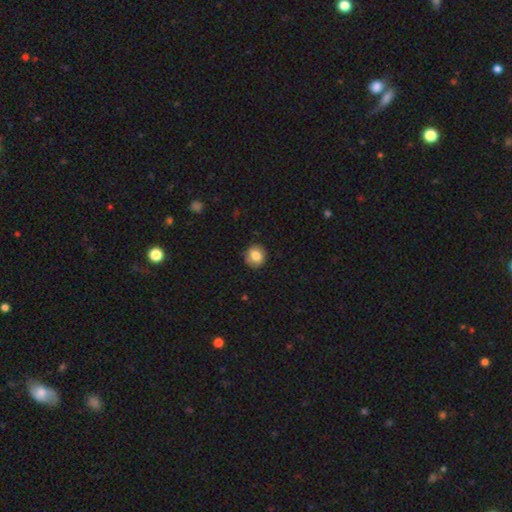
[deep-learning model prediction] Smooth or featured? smooth (81%)
How rounded? round (84%)
Merging? none (83%)